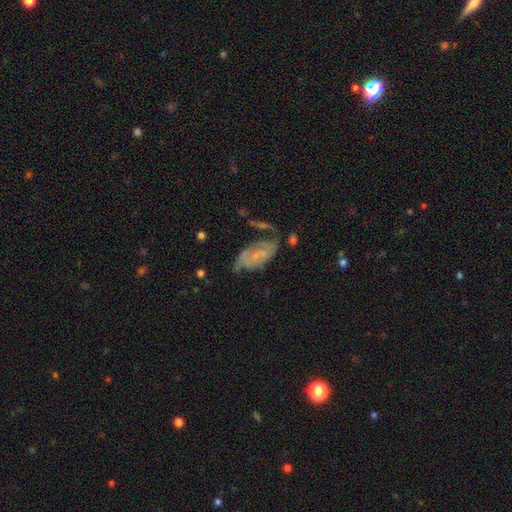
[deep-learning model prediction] Smooth or featured: featured or disk — 62% (smooth — 27%)
Edge-on disk: no — 94% (yes — 6%)
Bar: no — 57% (weak — 33%)
Spiral arms: yes — 75% (no — 25%)
Bulge size: small — 58% (none — 27%)
Merging: none — 40% (minor disturbance — 25%)